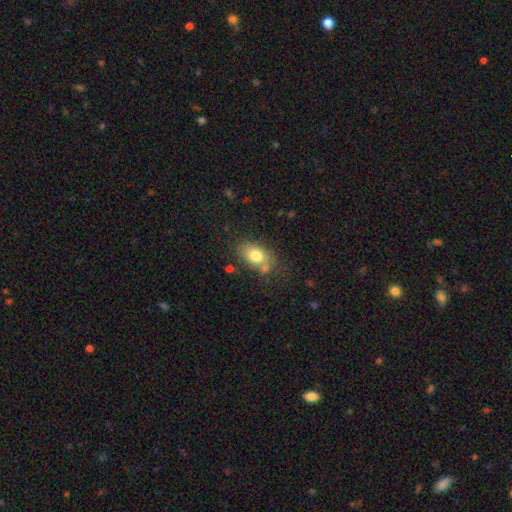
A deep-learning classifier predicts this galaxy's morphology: A smooth galaxy with no disk features (76%) that is in between round and cigar-shaped (84%). Merging: none (63%).